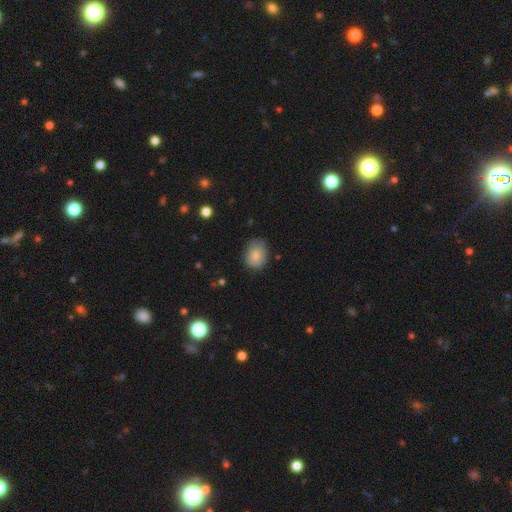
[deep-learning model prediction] smooth-or-featured: smooth: 84% | featured or disk: 8% | star or artifact: 8%
  how-rounded: in between: 58% | round: 41% | cigar-shaped: 1%
  merging: none: 74% | minor disturbance: 21% | major disturbance: 4% | merger: 1%